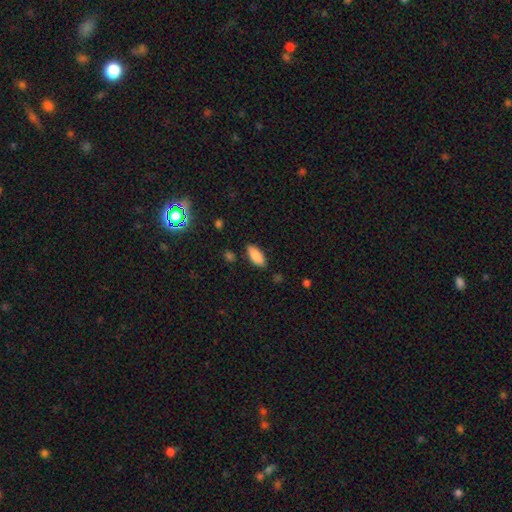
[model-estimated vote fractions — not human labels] This appears to be a smooth galaxy with no disk features (86%) that is in between round and cigar-shaped (82%). Merging: none (84%).